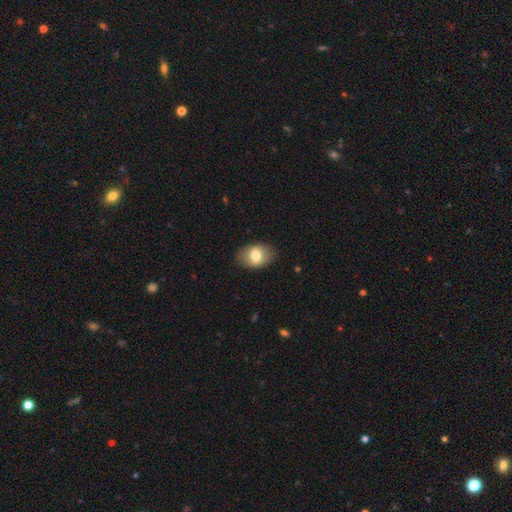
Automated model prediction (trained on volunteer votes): This is likely a smooth galaxy (74%). How rounded: clearly in between (81%). Merging: clearly none (85%).